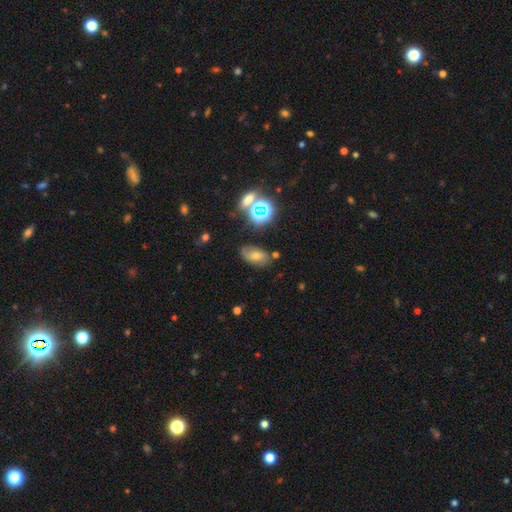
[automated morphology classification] smooth_or_featured: smooth (p=0.38) [alt: star or artifact p=0.35]
merging: none (p=0.71) [alt: minor disturbance p=0.18]